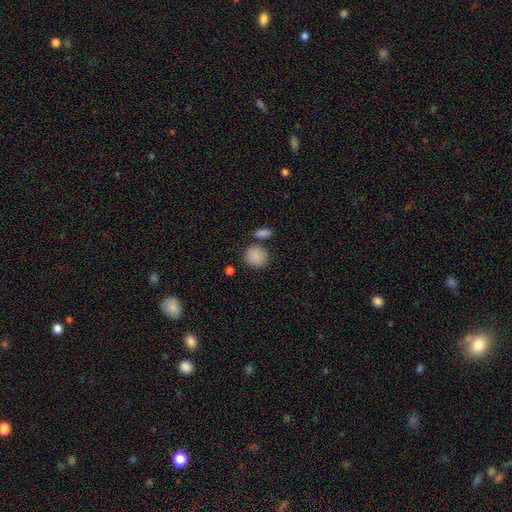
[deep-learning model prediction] smooth_or_featured: smooth (p=0.87) [alt: star or artifact p=0.08]
how_rounded: round (p=0.79) [alt: in between p=0.20]
merging: none (p=0.74) [alt: merger p=0.11]